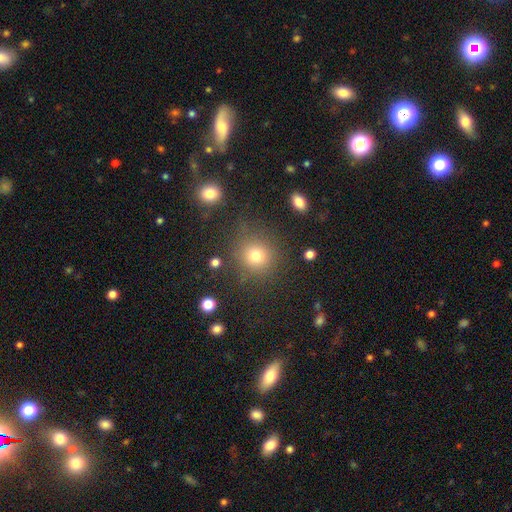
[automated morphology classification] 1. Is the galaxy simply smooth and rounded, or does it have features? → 75% smooth, 17% star or artifact, 8% featured or disk.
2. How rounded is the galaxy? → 89% round, 10% in between, 1% cigar-shaped.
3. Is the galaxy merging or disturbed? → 80% none, 11% minor disturbance, 6% major disturbance, 4% merger.